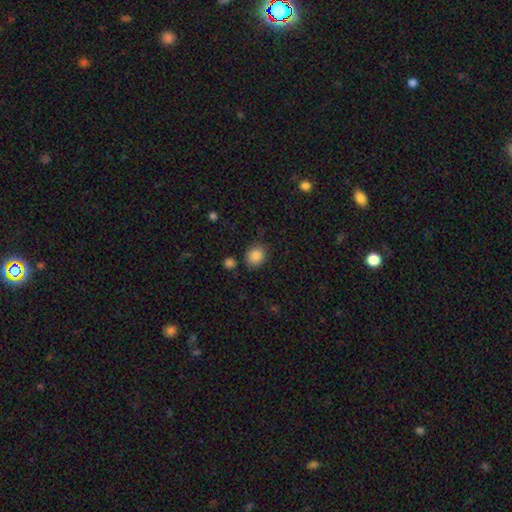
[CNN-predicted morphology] Smooth or featured: smooth — 87% (star or artifact — 9%)
How rounded: round — 63% (in between — 36%)
Merging: none — 77% (minor disturbance — 15%)